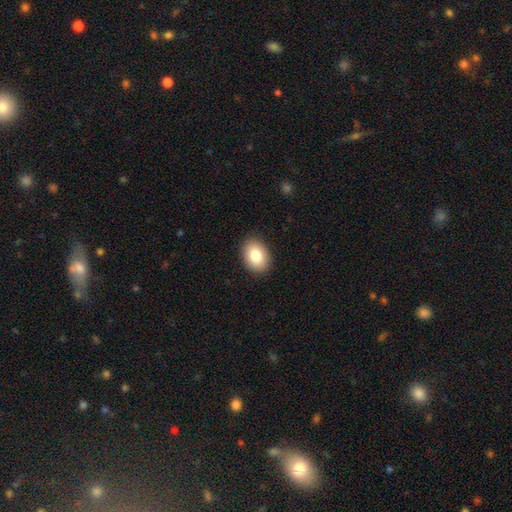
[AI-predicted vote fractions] Morphology: type=smooth (82%); roundness=in between (74%); merging=none (90%).